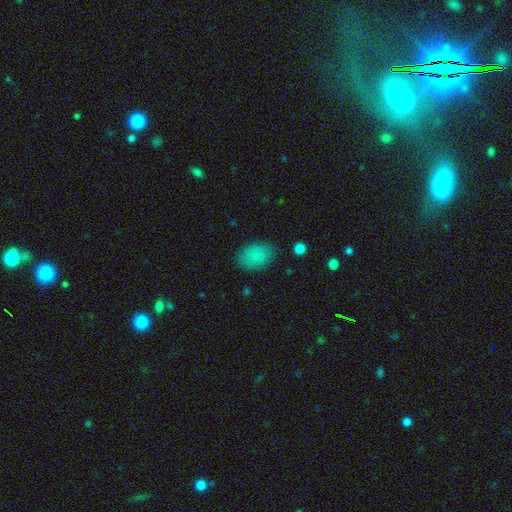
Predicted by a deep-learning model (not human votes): A smooth galaxy with no disk features (84%) that is in between round and cigar-shaped (84%). Merging: none (83%).